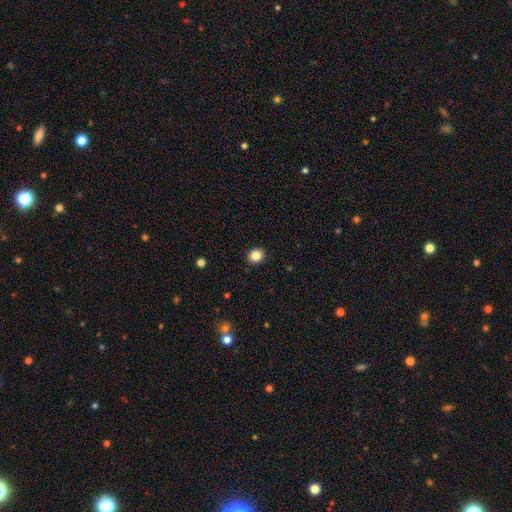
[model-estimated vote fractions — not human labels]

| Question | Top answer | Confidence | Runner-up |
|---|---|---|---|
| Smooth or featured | smooth | 86% | star or artifact (10%) |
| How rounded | round | 76% | in between (23%) |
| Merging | none | 91% | minor disturbance (6%) |